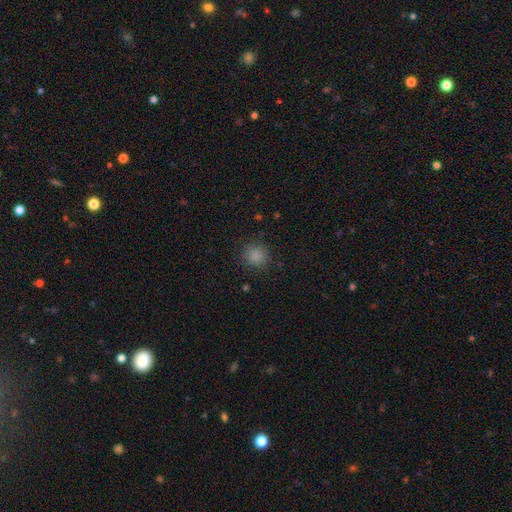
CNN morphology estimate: smooth 84%, star or artifact 12%, featured or disk 3%. Down the decision tree: how rounded — round (91%); merging — none (88%).